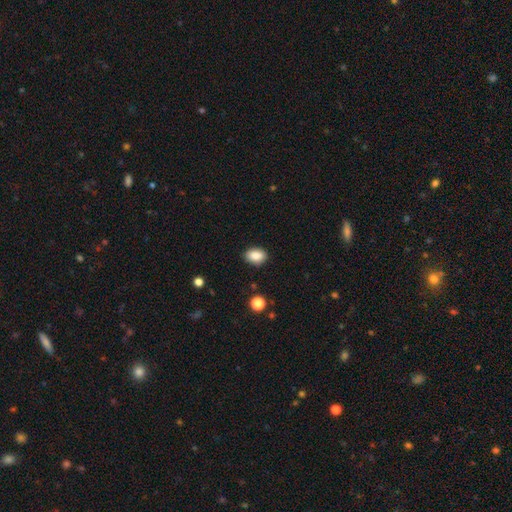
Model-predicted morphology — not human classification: The model was most divided on "how rounded": in between: 75%, round: 24%, cigar-shaped: 1%. More confident: smooth or featured — smooth (87%); merging — none (87%).